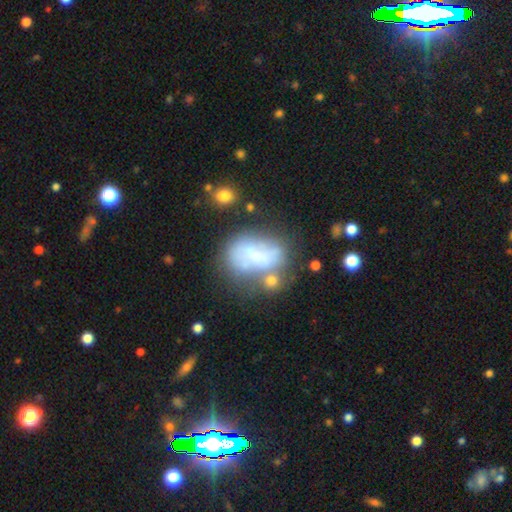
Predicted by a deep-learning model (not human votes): This appears to be a smooth galaxy with no disk features (46%). Merging: none (34%).